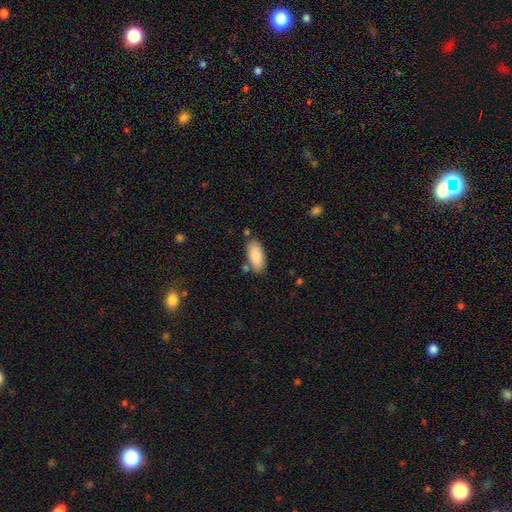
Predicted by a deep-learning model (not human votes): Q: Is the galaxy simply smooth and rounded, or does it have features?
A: smooth — 87%.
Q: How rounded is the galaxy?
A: in between — 88%.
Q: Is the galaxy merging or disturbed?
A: none — 79%.